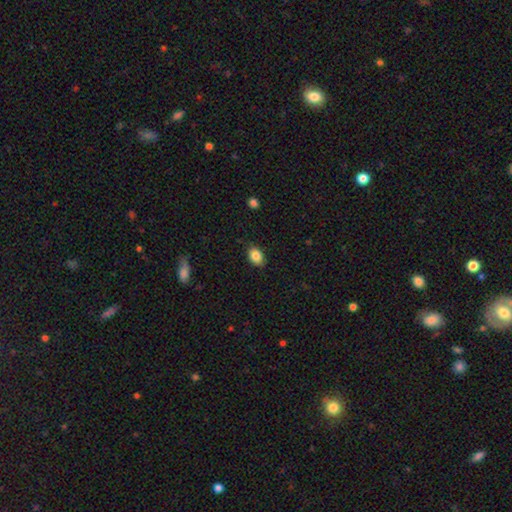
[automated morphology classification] This appears to be a smooth galaxy with no disk features (85%) that is in between round and cigar-shaped (81%). Merging: none (84%).